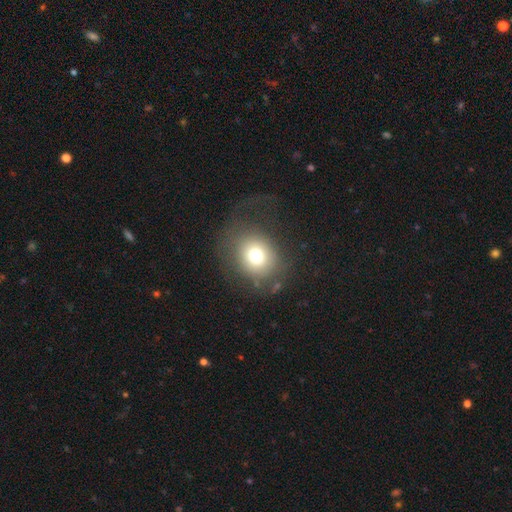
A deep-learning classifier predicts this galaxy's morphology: Smooth or featured? smooth (70%)
How rounded? round (72%)
Merging? none (60%)